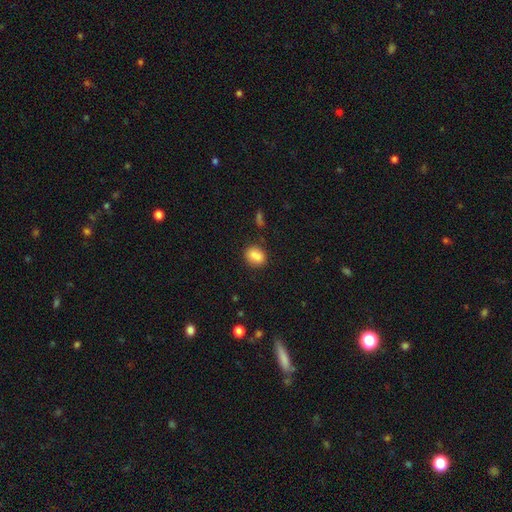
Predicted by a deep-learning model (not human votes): smooth 82%, star or artifact 9%, featured or disk 9%. Down the decision tree: how rounded — in between (54%); merging — none (65%).